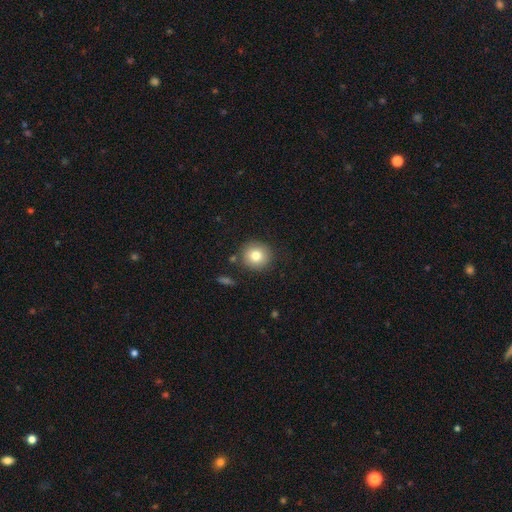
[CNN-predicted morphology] This appears to be a smooth galaxy with no disk features (79%) that is round (92%). Merging: none (85%).